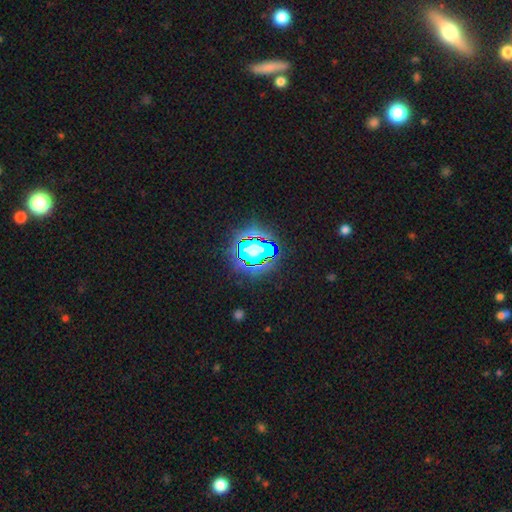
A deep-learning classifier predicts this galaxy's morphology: This is likely a star or artifact rather than a galaxy (79%).